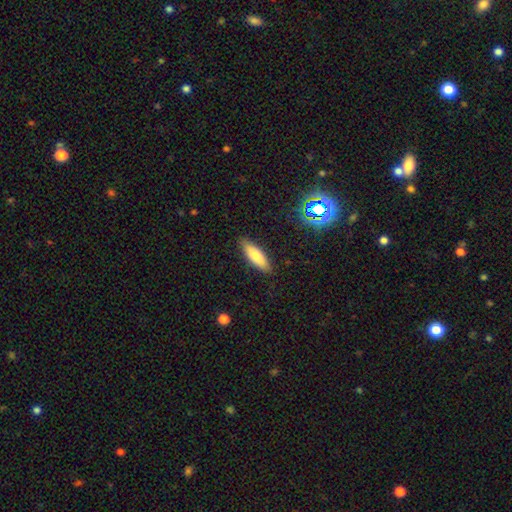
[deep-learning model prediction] smooth_or_featured: smooth (p=0.75) [alt: featured or disk p=0.17]
how_rounded: in between (p=0.58) [alt: cigar-shaped p=0.40]
merging: none (p=0.86) [alt: minor disturbance p=0.11]